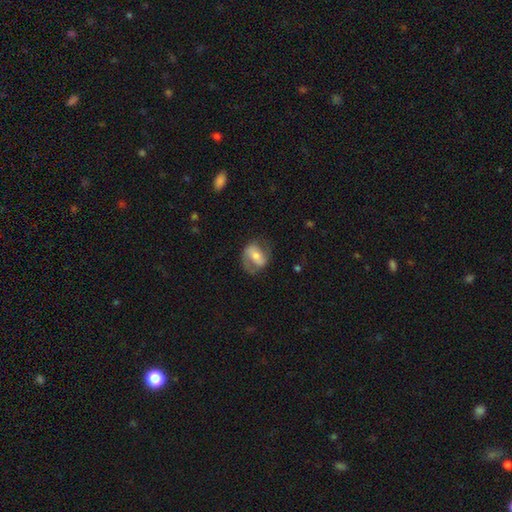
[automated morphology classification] A featured or disk galaxy (60%) with a strong bar (41%), spiral arms (77%) and a moderate central bulge (51%).

Vote fractions:
- Smooth or featured? featured or disk: 60% / smooth: 33% / star or artifact: 7%
- Edge-on disk? no: 95% / yes: 5%
- Bar? strong: 41% / weak: 33% / no: 26%
- Spiral arms? yes: 77% / no: 23%
- Bulge size? moderate: 51% / small: 37% / large: 7% / none: 3% / dominant: 2%
- Merging? none: 61% / minor disturbance: 21% / major disturbance: 17% / merger: 2%